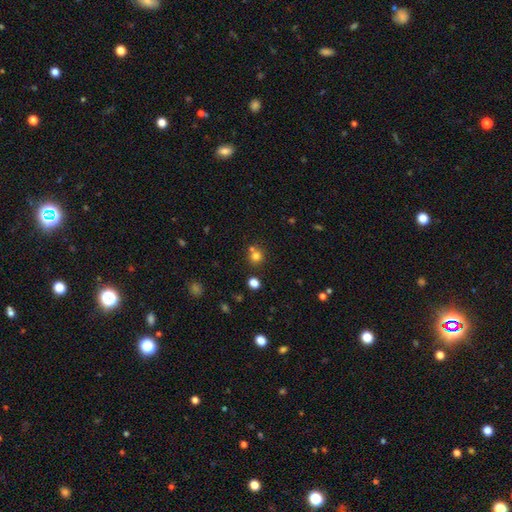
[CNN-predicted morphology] Smooth or featured? smooth (74%)
How rounded? round (90%)
Merging? none (65%)